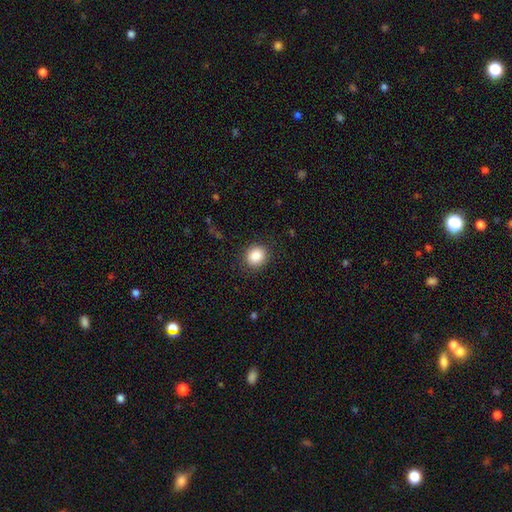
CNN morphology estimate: Overall: smooth (87%). How rounded: round (75%). Merging: none (87%).